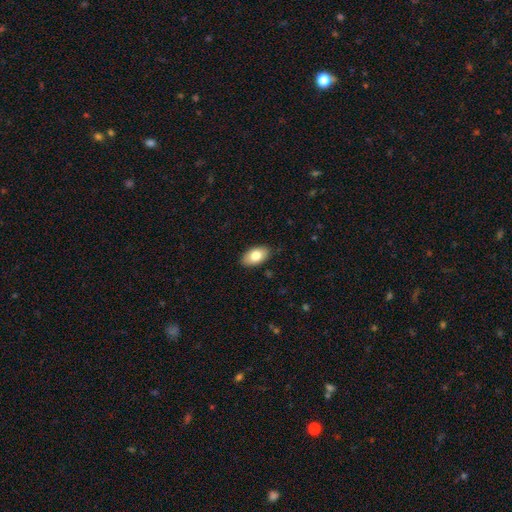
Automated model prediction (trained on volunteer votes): This is clearly a smooth galaxy (80%). How rounded: clearly in between (94%). Merging: clearly none (87%).